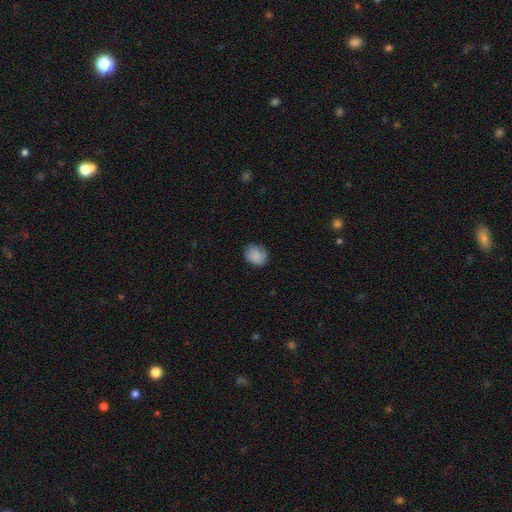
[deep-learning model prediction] Smooth or featured: smooth — 85% (star or artifact — 8%)
How rounded: round — 61% (in between — 38%)
Merging: none — 75% (minor disturbance — 20%)